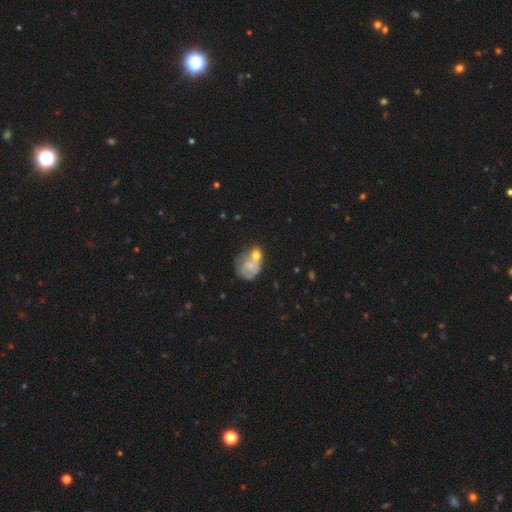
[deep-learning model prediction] Morphology: type=smooth (58%); roundness=round (57%); merging=merger (50%).